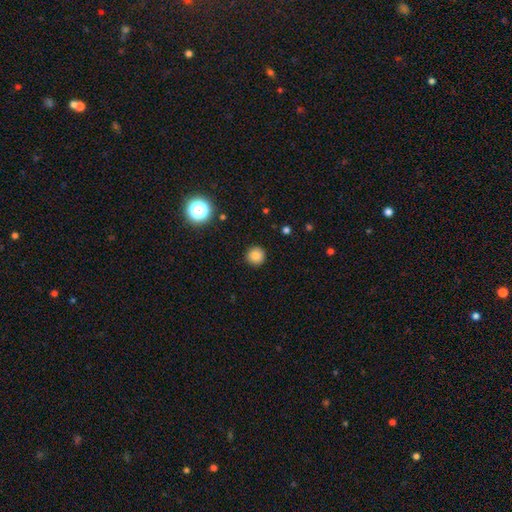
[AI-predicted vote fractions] The model was most divided on "smooth or featured": smooth: 84%, star or artifact: 12%, featured or disk: 4%. More confident: how rounded — round (95%); merging — none (92%).